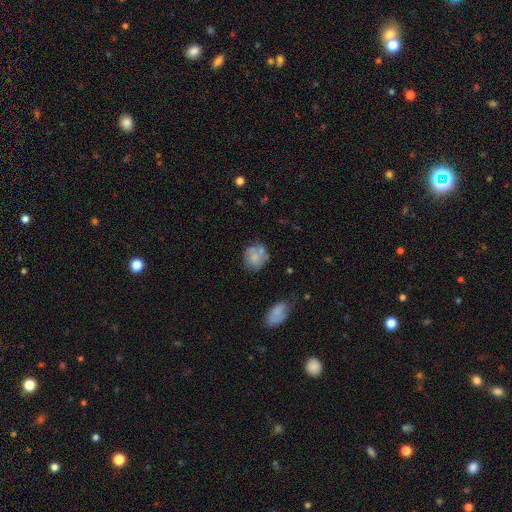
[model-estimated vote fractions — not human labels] The model was most divided on "merging": none: 52%, minor disturbance: 23%, merger: 15%, major disturbance: 9%. More confident: how rounded — round (70%); smooth or featured — smooth (64%).